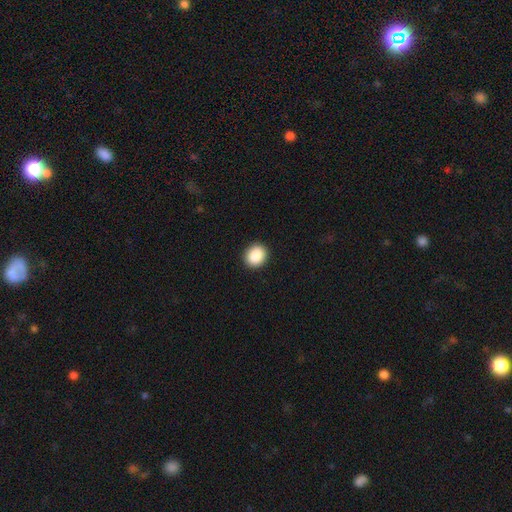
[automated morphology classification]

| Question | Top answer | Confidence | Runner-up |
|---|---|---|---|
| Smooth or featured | smooth | 89% | star or artifact (8%) |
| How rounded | round | 71% | in between (29%) |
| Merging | none | 91% | minor disturbance (6%) |